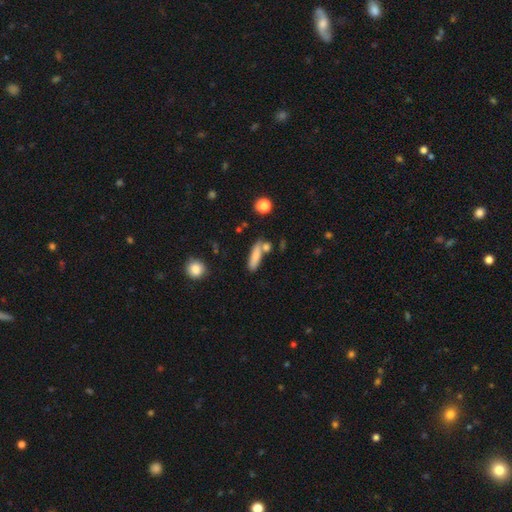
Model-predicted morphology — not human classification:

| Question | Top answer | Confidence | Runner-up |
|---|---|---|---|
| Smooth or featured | smooth | 78% | featured or disk (14%) |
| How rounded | cigar-shaped | 64% | in between (32%) |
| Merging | none | 60% | merger (20%) |